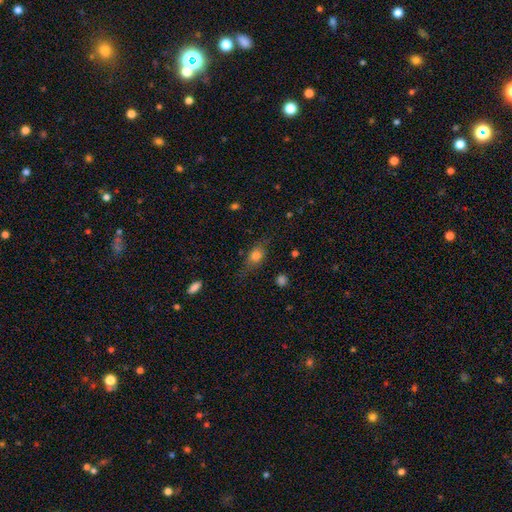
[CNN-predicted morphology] The model was most divided on "merging": none: 67%, minor disturbance: 22%, major disturbance: 8%, merger: 2%. More confident: smooth or featured — smooth (72%); how rounded — in between (68%).